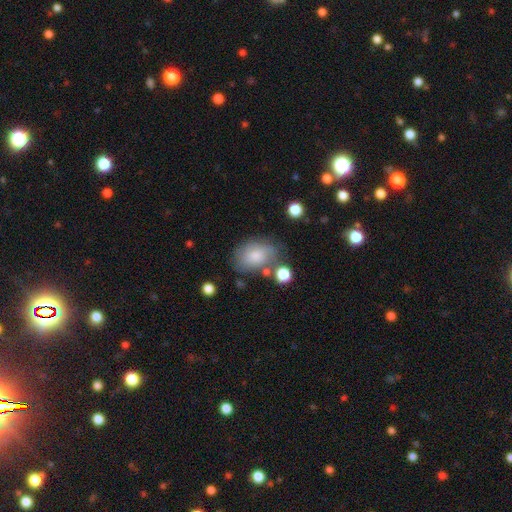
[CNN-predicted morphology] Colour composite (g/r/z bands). It shows a smooth galaxy with no disk features (67%) that is in between round and cigar-shaped (78%). Merging: none (58%).